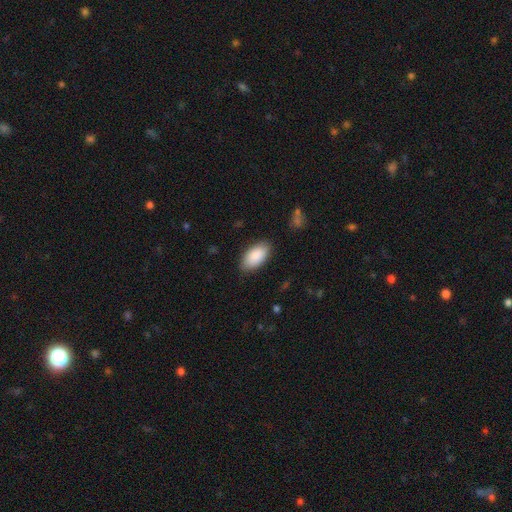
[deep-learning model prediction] Smooth or featured: smooth — 89% (star or artifact — 6%)
How rounded: in between — 95% (round — 3%)
Merging: none — 84% (minor disturbance — 12%)